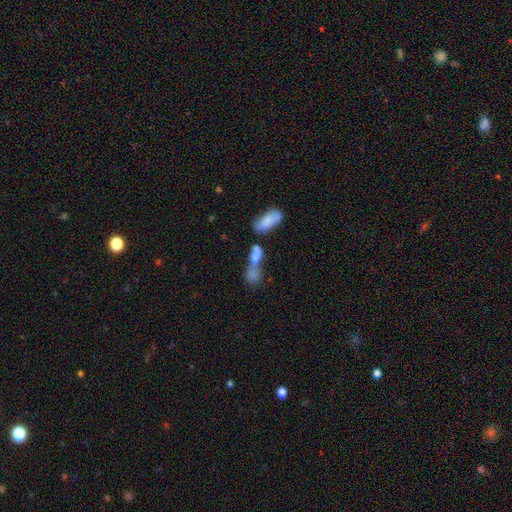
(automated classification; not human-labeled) Smooth or featured? Predicted: smooth (p=0.69). How rounded? Predicted: in between (p=0.64). Merging? Predicted: merger (p=0.60).